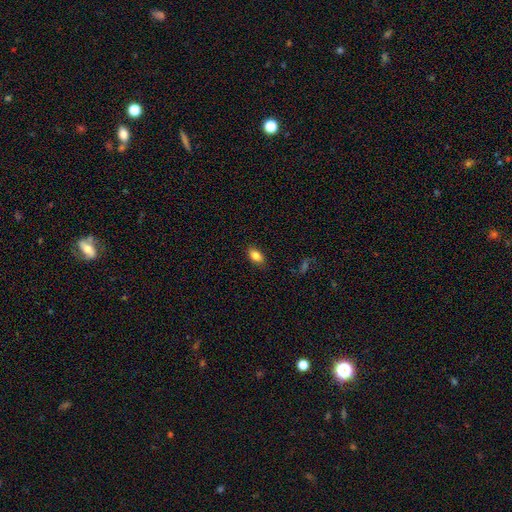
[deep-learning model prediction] Q: Smooth or featured?
A: smooth (84%); runner-up: star or artifact (8%)
Q: How rounded?
A: in between (89%); runner-up: round (8%)
Q: Merging?
A: none (87%); runner-up: minor disturbance (10%)